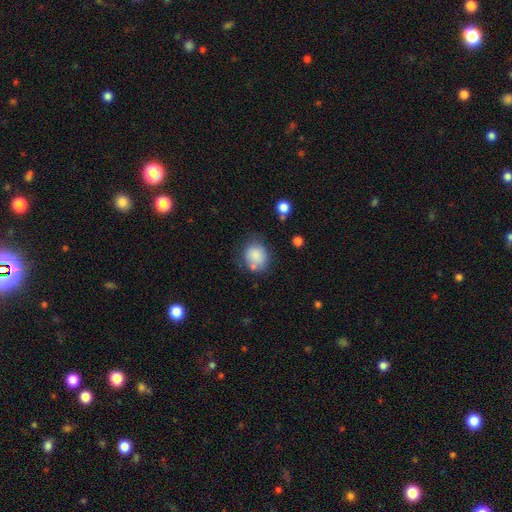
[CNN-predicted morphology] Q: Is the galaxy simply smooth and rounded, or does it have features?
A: smooth — 82%.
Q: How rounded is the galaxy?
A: round — 67%.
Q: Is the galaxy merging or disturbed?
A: none — 59%.